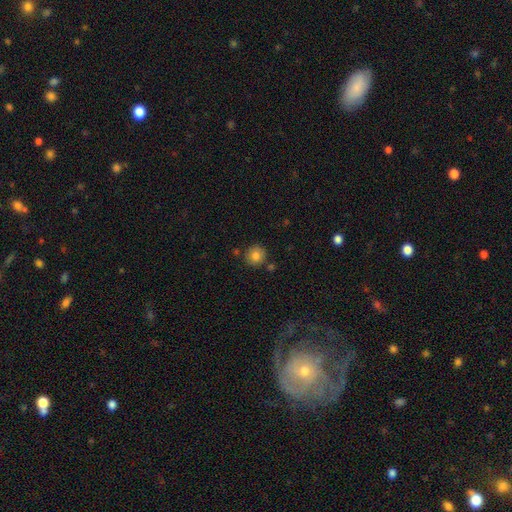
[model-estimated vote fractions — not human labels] The model was most divided on "smooth or featured": smooth: 82%, star or artifact: 10%, featured or disk: 8%. More confident: how rounded — round (92%); merging — none (82%).